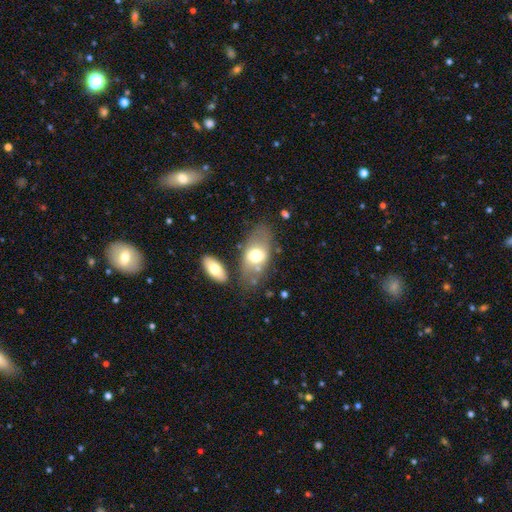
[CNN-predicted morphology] Smooth or featured: smooth — 60% (featured or disk — 32%)
How rounded: in between — 88% (round — 9%)
Merging: none — 57% (minor disturbance — 19%)